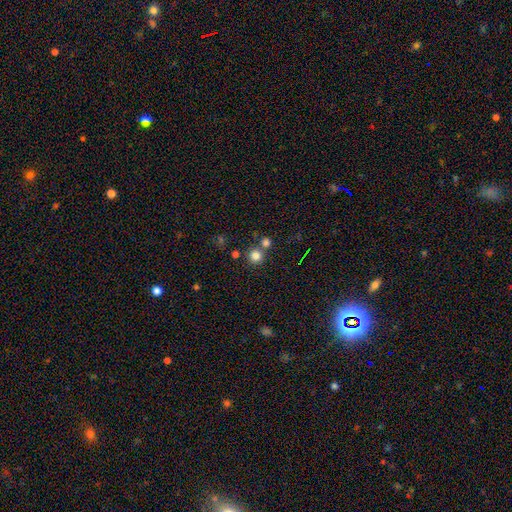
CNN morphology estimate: Smooth or featured? Predicted: smooth (p=0.80). How rounded? Predicted: round (p=0.94). Merging? Predicted: none (p=0.74).